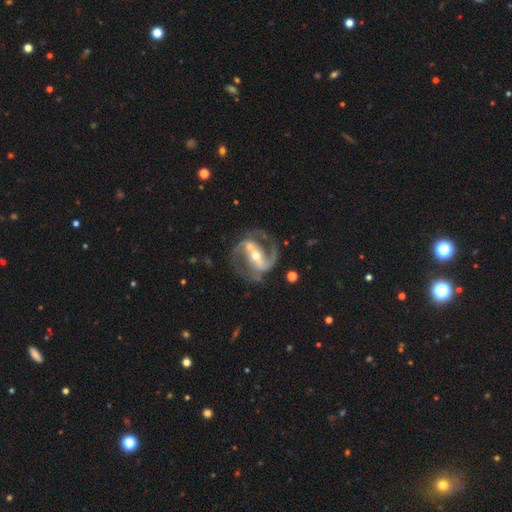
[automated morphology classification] A featured or disk galaxy (91%) with a strong bar (56%), 2 (90%) medium (60%) spiral arms (96%) and a moderate central bulge (57%).

Vote fractions:
- Smooth or featured? featured or disk: 91% / star or artifact: 5% / smooth: 4%
- Edge-on disk? no: 97% / yes: 3%
- Bar? strong: 56% / weak: 28% / no: 16%
- Spiral arms? yes: 96% / no: 4%
- Spiral winding? medium: 60% / loose: 22% / tight: 18%
- Spiral arm count? 2: 90% / 1: 3% / can't tell: 3% / 3: 2% / 4: 1% / more than 4: 1%
- Bulge size? moderate: 57% / small: 38% / large: 3% / none: 1% / dominant: 1%
- Merging? none: 69% / minor disturbance: 15% / major disturbance: 10% / merger: 6%